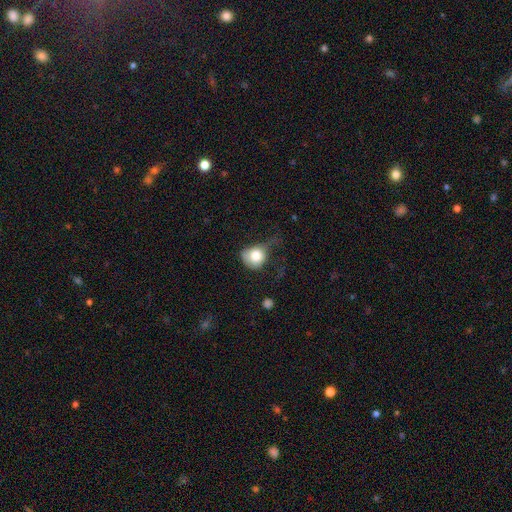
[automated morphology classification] Smooth or featured?
  - smooth: 78% *
  - featured or disk: 14%
  - star or artifact: 8%
How rounded?
  - round: 75% *
  - in between: 24%
  - cigar-shaped: 1%
Merging?
  - major disturbance: 36% *
  - minor disturbance: 35%
  - none: 26%
  - merger: 3%